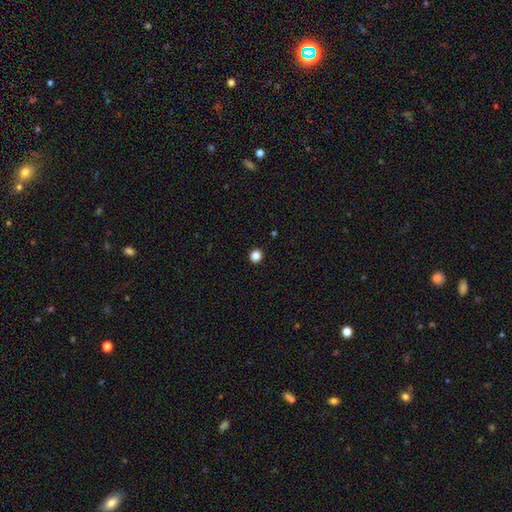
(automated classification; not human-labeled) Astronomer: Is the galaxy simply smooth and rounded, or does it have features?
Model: smooth — 86%.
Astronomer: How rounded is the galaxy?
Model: round — 92%.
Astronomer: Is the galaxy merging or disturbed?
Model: none — 94%.